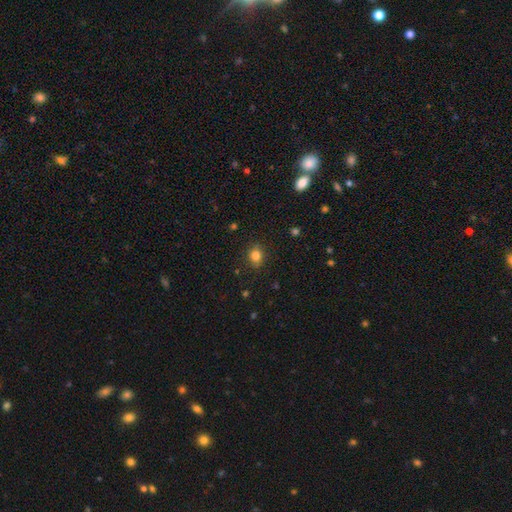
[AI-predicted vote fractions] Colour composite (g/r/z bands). It shows a smooth galaxy with no disk features (82%) that is round (59%). Merging: none (85%).